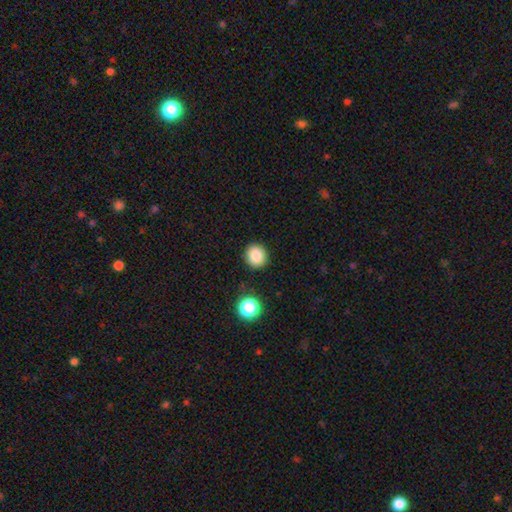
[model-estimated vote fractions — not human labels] The model was most divided on "how rounded": round: 82%, in between: 17%, cigar-shaped: 1%. More confident: merging — none (87%); smooth or featured — smooth (86%).